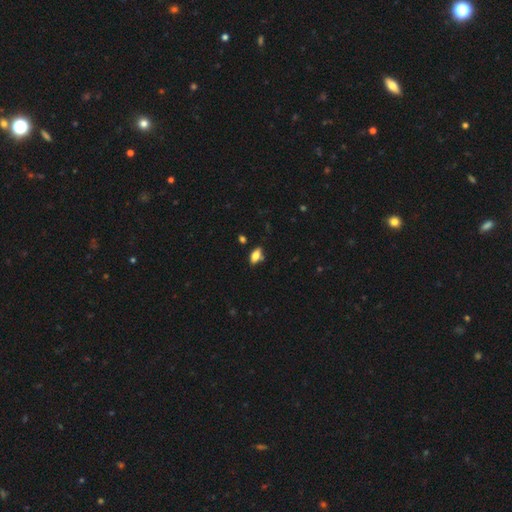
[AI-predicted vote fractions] smooth 78%, featured or disk 13%, star or artifact 9%. Down the decision tree: how rounded — in between (87%); merging — none (75%).